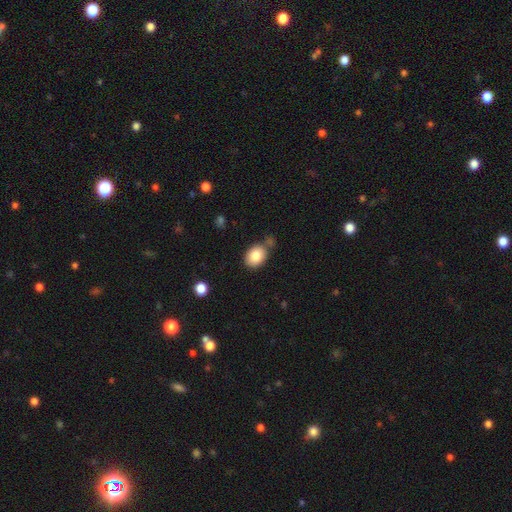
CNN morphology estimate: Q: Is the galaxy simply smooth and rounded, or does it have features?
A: smooth — 83%.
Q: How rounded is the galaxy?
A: in between — 70%.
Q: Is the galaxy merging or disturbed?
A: none — 64%.